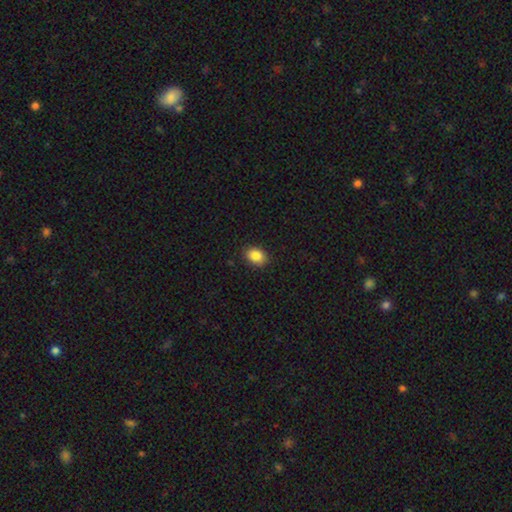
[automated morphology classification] smooth 86%, star or artifact 8%, featured or disk 5%. Down the decision tree: how rounded — in between (69%); merging — none (87%).